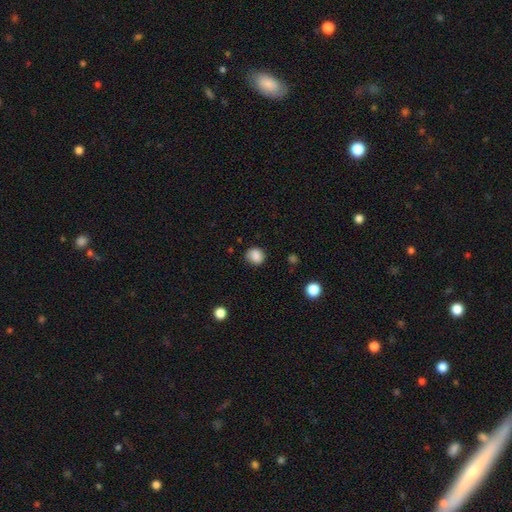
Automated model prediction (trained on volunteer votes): Morphology: type=smooth (86%); roundness=round (76%); merging=none (78%).